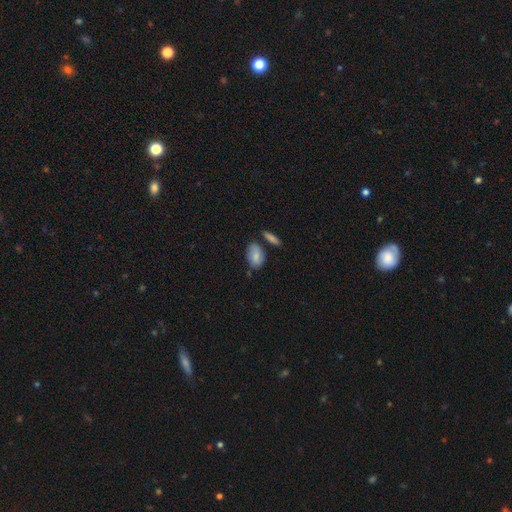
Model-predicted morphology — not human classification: A smooth galaxy with no disk features (79%) that is in between round and cigar-shaped (88%). Merging: none (63%).